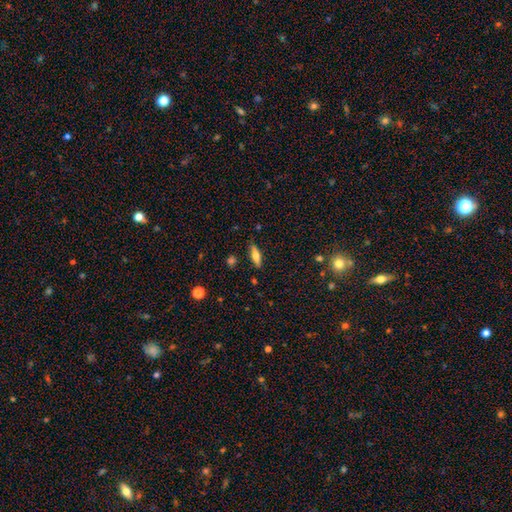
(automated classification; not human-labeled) A smooth galaxy with no disk features (52%) that is cigar-shaped (48%, tied with in between). Merging: none (86%).